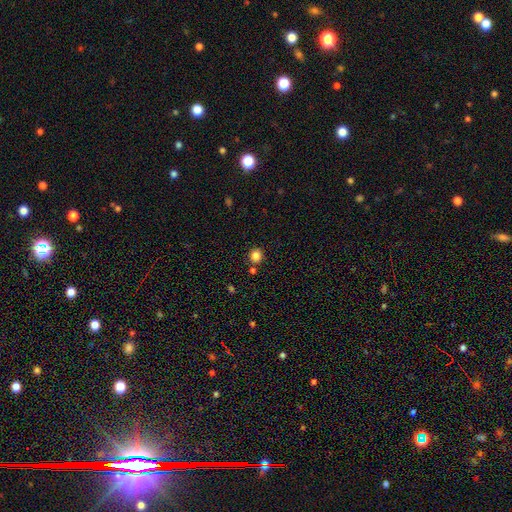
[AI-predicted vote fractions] Smooth or featured: smooth — 84% (star or artifact — 12%)
How rounded: round — 90% (in between — 9%)
Merging: none — 85% (minor disturbance — 7%)